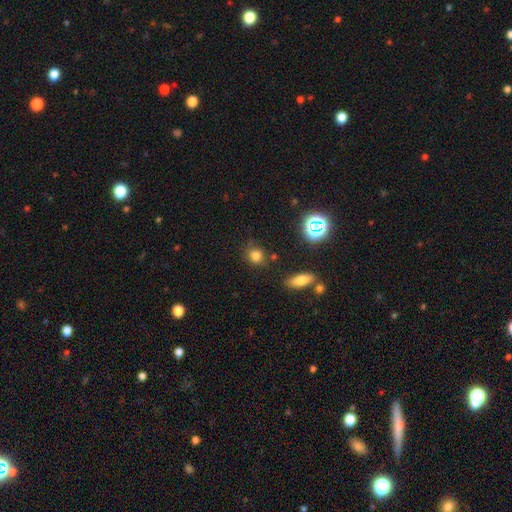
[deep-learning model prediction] A smooth galaxy with no disk features (77%) that is round (81%). Merging: none (75%).